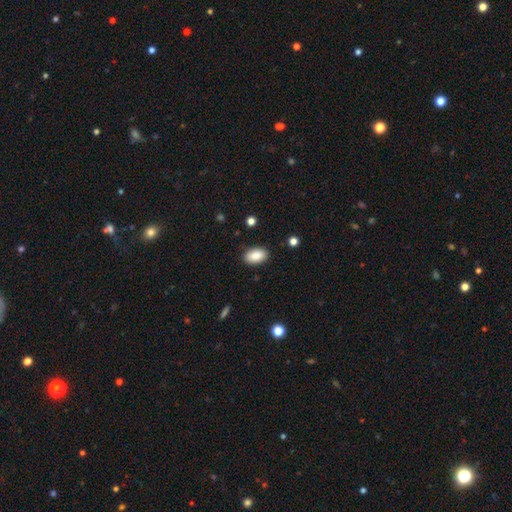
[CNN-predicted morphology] This appears to be a smooth galaxy with no disk features (89%) that is in between round and cigar-shaped (93%). Merging: none (88%).